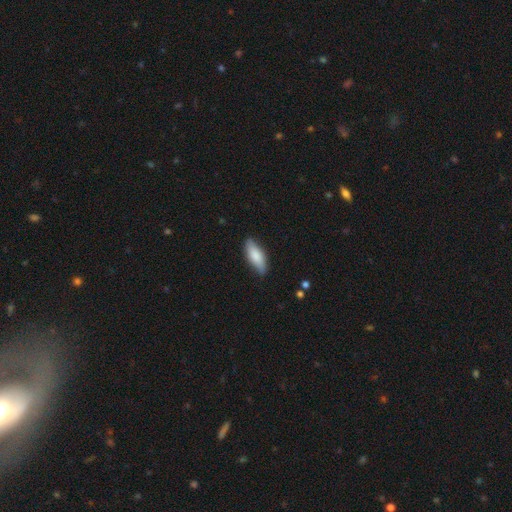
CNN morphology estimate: Q: Smooth or featured?
A: smooth (79%); runner-up: featured or disk (15%)
Q: How rounded?
A: in between (68%); runner-up: cigar-shaped (30%)
Q: Merging?
A: none (81%); runner-up: minor disturbance (15%)